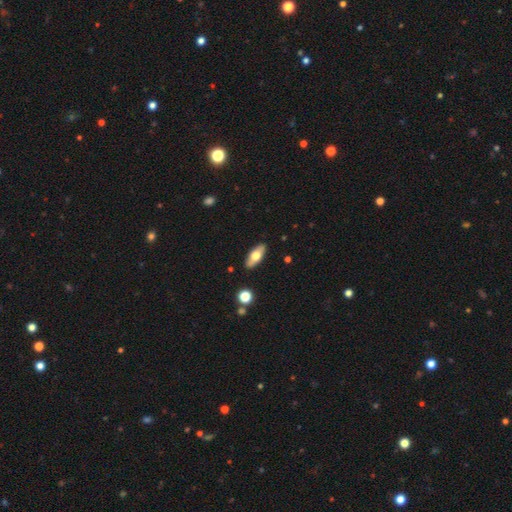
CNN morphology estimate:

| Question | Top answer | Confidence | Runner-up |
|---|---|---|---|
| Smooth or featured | smooth | 63% | featured or disk (31%) |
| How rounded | in between | 78% | cigar-shaped (19%) |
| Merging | none | 88% | minor disturbance (9%) |